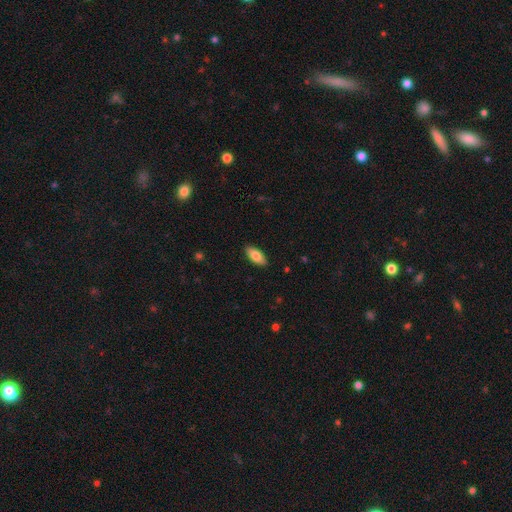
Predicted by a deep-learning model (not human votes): The model was most divided on "smooth or featured": smooth: 81%, featured or disk: 13%, star or artifact: 6%. More confident: merging — none (89%); how rounded — in between (86%).